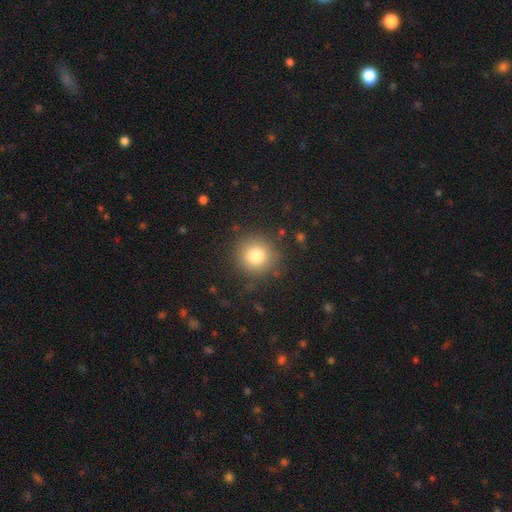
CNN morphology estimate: A smooth galaxy with no disk features (81%) that is round (93%).

Vote fractions:
- Smooth or featured? smooth: 81% / star or artifact: 11% / featured or disk: 8%
- How rounded? round: 93% / in between: 6% / cigar-shaped: 1%
- Merging? none: 87% / minor disturbance: 9% / major disturbance: 3% / merger: 2%